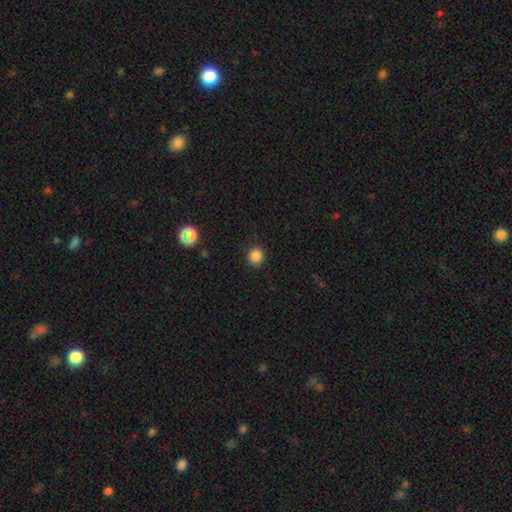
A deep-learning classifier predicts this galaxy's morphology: Q: Smooth or featured?
A: smooth (85%); runner-up: star or artifact (12%)
Q: How rounded?
A: round (82%); runner-up: in between (17%)
Q: Merging?
A: none (87%); runner-up: minor disturbance (9%)